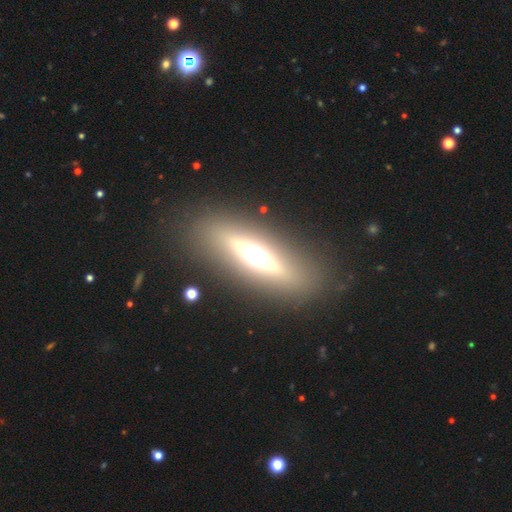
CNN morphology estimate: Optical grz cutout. It shows a featured or disk galaxy (60%) viewed edge-on (87%) with a rounded central bulge (90%). Merging: none (85%).